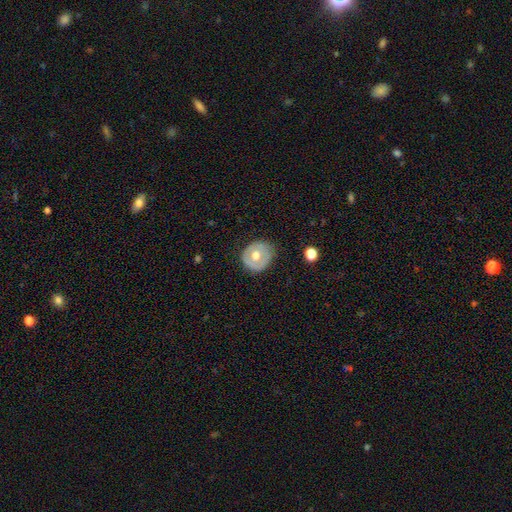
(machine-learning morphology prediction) This appears to be a smooth galaxy with no disk features (49%). Merging: none (76%).